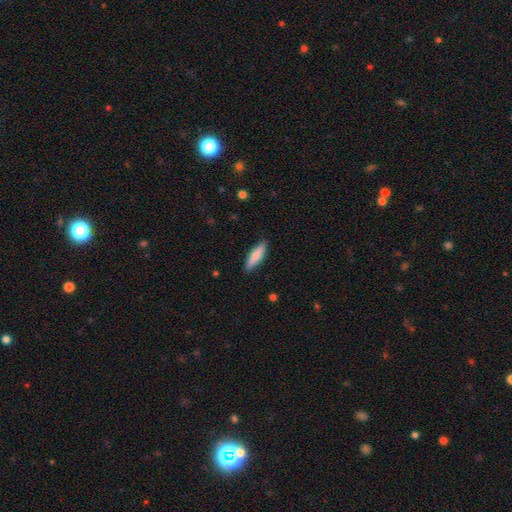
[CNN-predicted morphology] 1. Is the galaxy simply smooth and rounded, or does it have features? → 74% smooth, 20% featured or disk, 6% star or artifact.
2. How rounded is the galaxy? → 68% cigar-shaped, 30% in between, 2% round.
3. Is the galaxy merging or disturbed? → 88% none, 9% minor disturbance, 2% major disturbance, 1% merger.